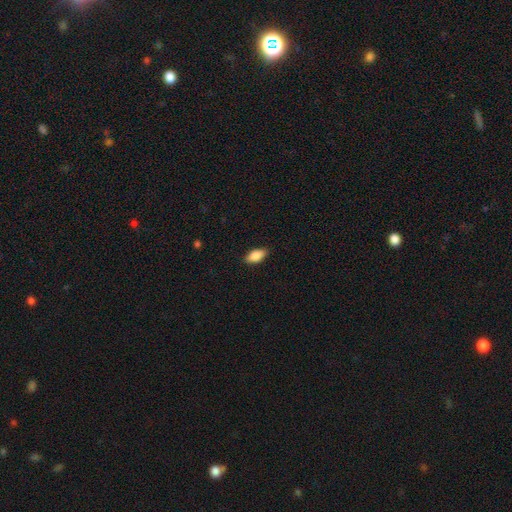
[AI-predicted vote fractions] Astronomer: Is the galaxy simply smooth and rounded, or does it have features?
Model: smooth — 87%.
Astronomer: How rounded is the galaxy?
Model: in between — 90%.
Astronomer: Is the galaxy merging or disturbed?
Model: none — 86%.